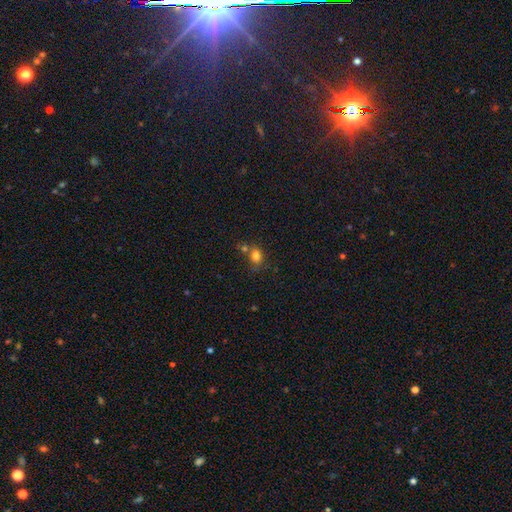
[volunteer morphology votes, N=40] A smooth galaxy with no disk features (82%) that is in between round and cigar-shaped (67%). Merging: none (49%).